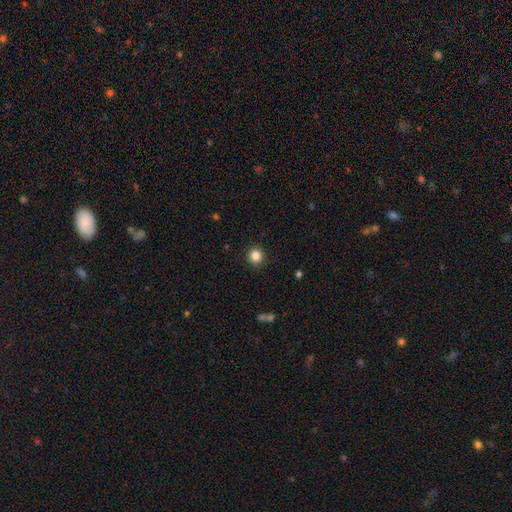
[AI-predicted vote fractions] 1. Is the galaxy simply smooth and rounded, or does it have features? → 85% smooth, 11% star or artifact, 4% featured or disk.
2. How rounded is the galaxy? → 90% round, 9% in between, 1% cigar-shaped.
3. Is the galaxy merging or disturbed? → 91% none, 6% minor disturbance, 2% major disturbance, 1% merger.